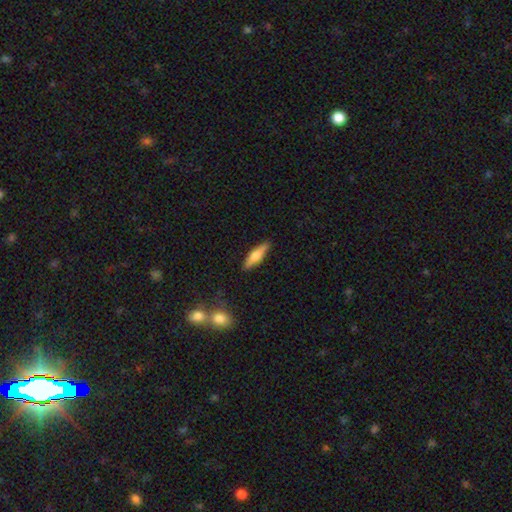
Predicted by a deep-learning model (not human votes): Overall: smooth (57%; featured or disk 38%). How rounded: cigar-shaped (65%; in between 32%). Merging: none (88%).